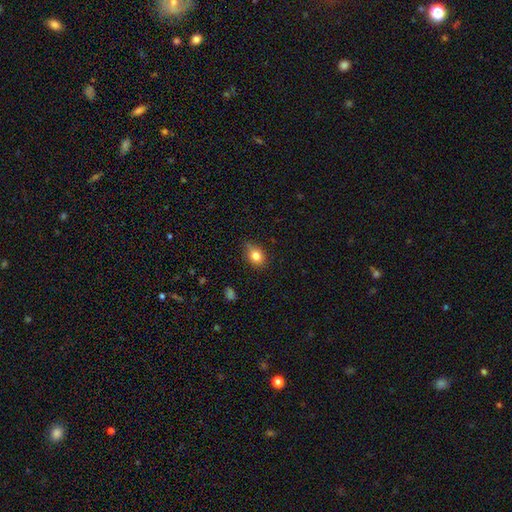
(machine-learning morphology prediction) Q: Smooth or featured?
A: smooth (80%); runner-up: star or artifact (10%)
Q: How rounded?
A: in between (62%); runner-up: round (36%)
Q: Merging?
A: none (66%); runner-up: minor disturbance (27%)